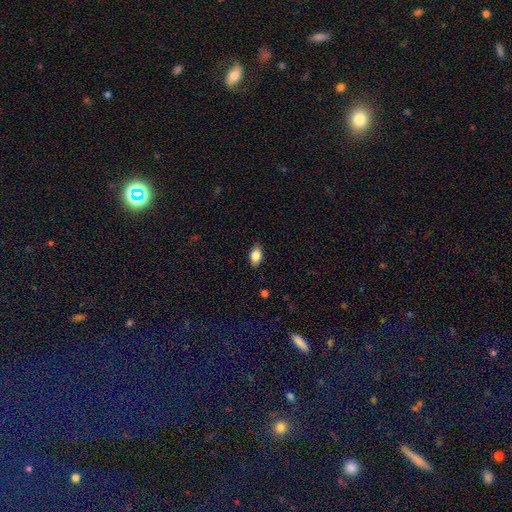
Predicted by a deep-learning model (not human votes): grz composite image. It shows a smooth galaxy with no disk features (84%) that is in between round and cigar-shaped (88%). Merging: none (85%).